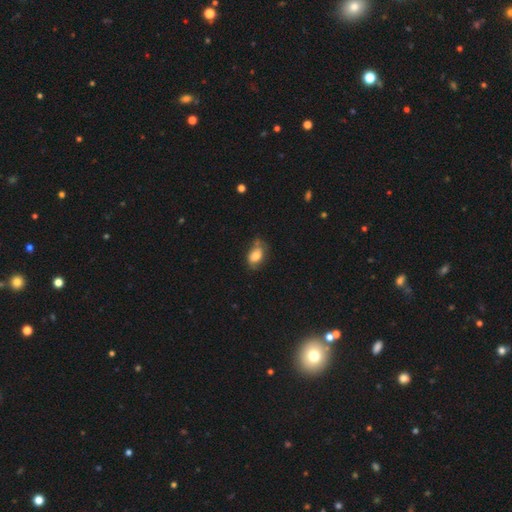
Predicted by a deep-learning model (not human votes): smooth 72%, featured or disk 19%, star or artifact 9%. Down the decision tree: how rounded — in between (83%); merging — none (50%).